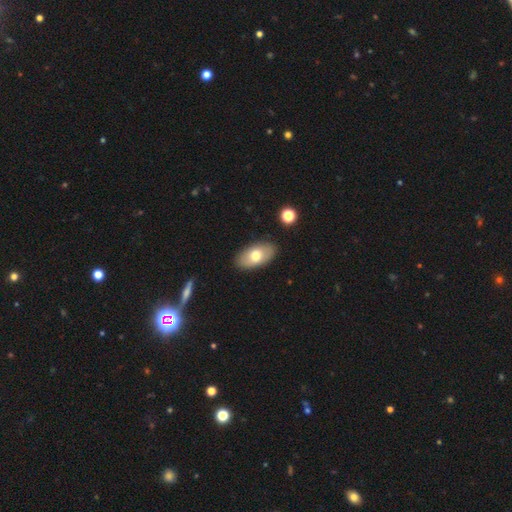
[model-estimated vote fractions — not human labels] smooth 68%, featured or disk 25%, star or artifact 6%. Down the decision tree: how rounded — in between (93%); merging — none (87%).